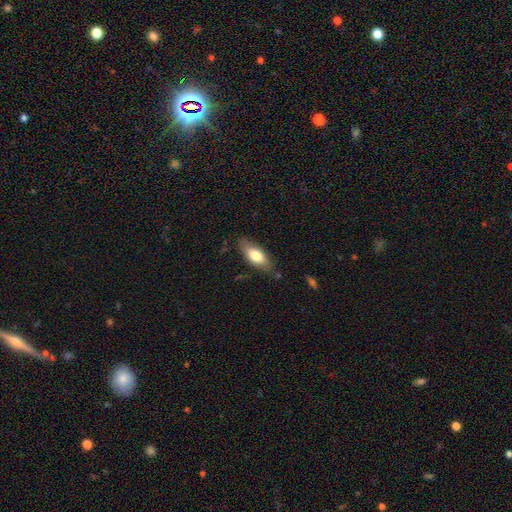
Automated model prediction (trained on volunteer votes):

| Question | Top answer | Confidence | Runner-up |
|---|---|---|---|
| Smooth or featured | smooth | 74% | featured or disk (20%) |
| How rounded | in between | 80% | cigar-shaped (18%) |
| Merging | none | 77% | minor disturbance (17%) |